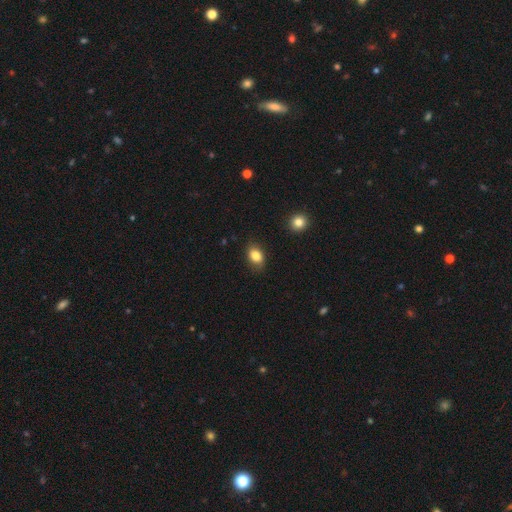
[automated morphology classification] Smooth or featured?
  - smooth: 84% *
  - star or artifact: 9%
  - featured or disk: 7%
How rounded?
  - in between: 76% *
  - round: 23%
  - cigar-shaped: 1%
Merging?
  - none: 84% *
  - minor disturbance: 12%
  - major disturbance: 3%
  - merger: 1%